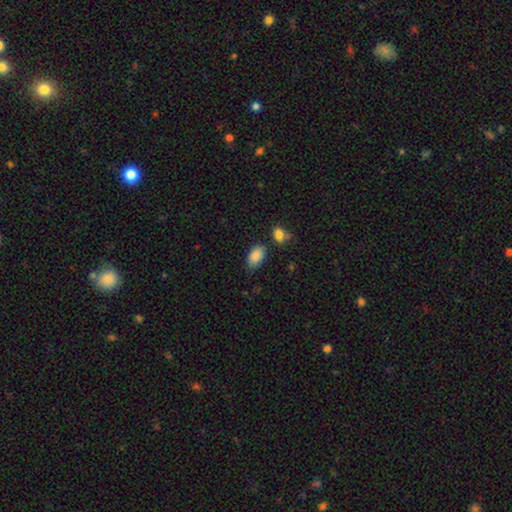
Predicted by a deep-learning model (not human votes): Overall: smooth (88%). How rounded: in between (93%). Merging: none (75%).